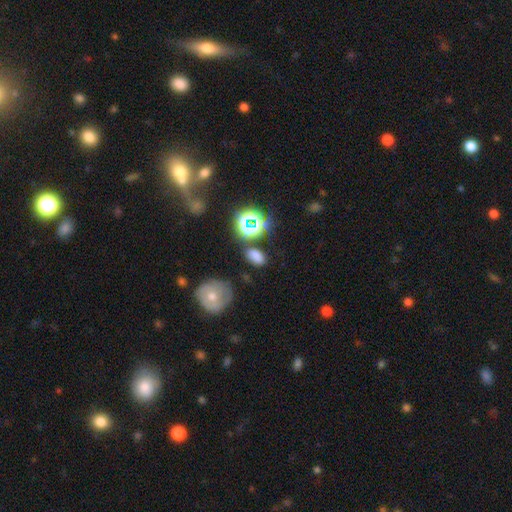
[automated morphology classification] smooth 71%, star or artifact 21%, featured or disk 8%. Down the decision tree: how rounded — in between (87%); merging — none (75%).